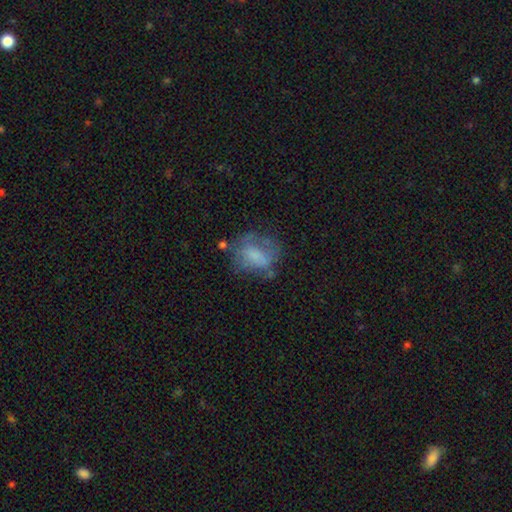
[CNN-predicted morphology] smooth_or_featured: smooth (p=0.52) [alt: featured or disk p=0.38]
how_rounded: in between (p=0.55) [alt: round p=0.43]
merging: none (p=0.44) [alt: minor disturbance p=0.26]